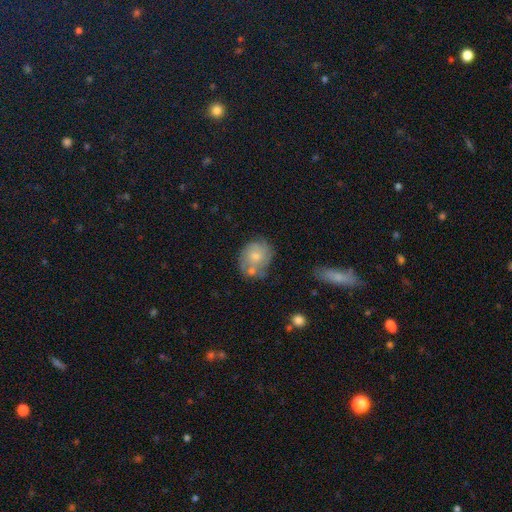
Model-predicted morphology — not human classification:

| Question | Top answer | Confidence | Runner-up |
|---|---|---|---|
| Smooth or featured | smooth | 51% | featured or disk (41%) |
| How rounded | round | 61% | in between (38%) |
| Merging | none | 47% | minor disturbance (24%) |